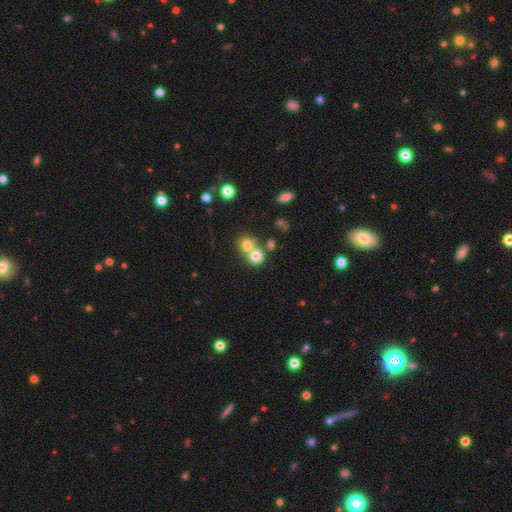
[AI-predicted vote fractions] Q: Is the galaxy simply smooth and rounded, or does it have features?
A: smooth — 77%.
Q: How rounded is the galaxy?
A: round — 82%.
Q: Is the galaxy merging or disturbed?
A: merger — 51%.